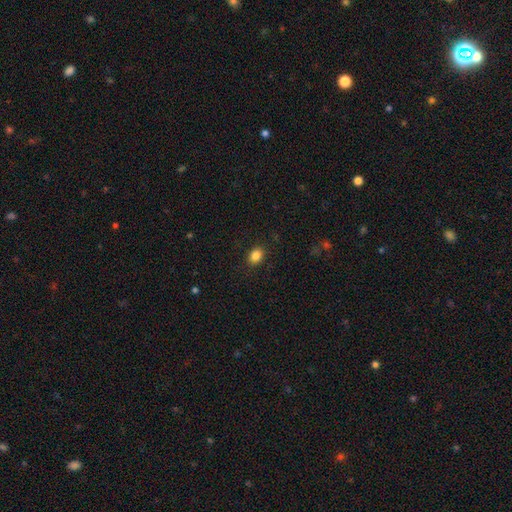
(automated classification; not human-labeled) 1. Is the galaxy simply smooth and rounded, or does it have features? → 86% smooth, 10% star or artifact, 4% featured or disk.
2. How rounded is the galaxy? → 63% in between, 36% round, 1% cigar-shaped.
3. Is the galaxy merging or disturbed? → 89% none, 8% minor disturbance, 2% major disturbance, 1% merger.